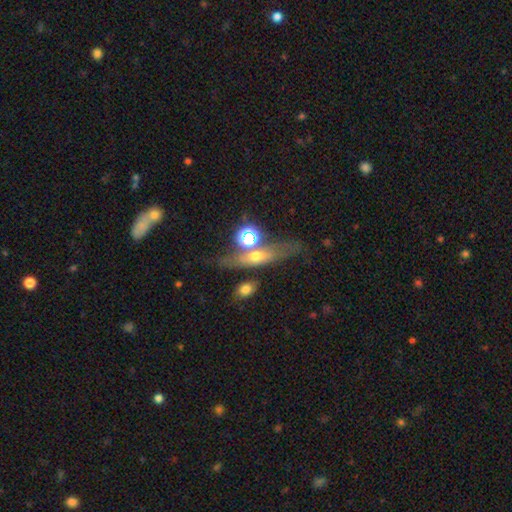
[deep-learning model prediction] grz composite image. It shows a featured or disk galaxy (41%). Merging: none (59%).